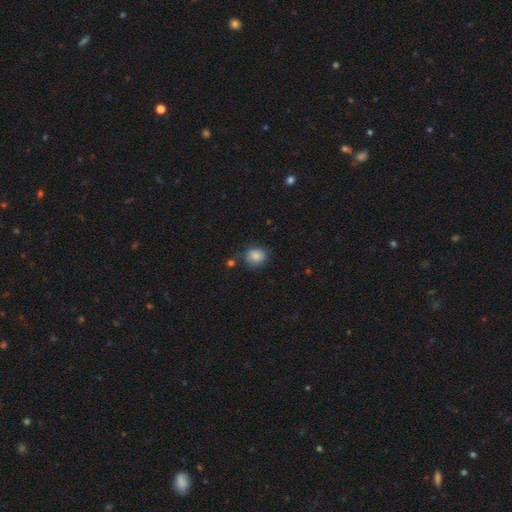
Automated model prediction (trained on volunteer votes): This appears to be a smooth galaxy with no disk features (85%) that is round (72%). Merging: none (74%).